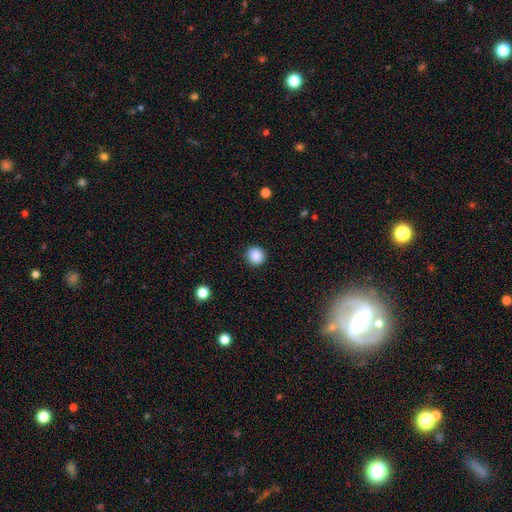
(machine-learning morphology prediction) This appears to be a smooth galaxy with no disk features (88%) that is round (92%). Merging: none (91%).